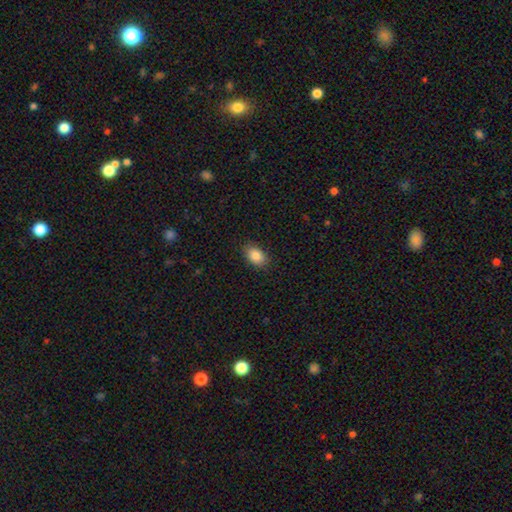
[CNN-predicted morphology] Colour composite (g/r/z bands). It shows a smooth galaxy with no disk features (87%) that is in between round and cigar-shaped (88%). Merging: none (88%).